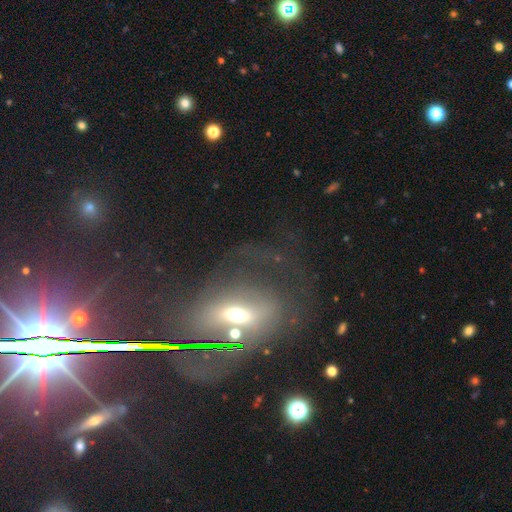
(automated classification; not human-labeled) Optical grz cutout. It shows a featured or disk galaxy (48%). Merging: none (57%).